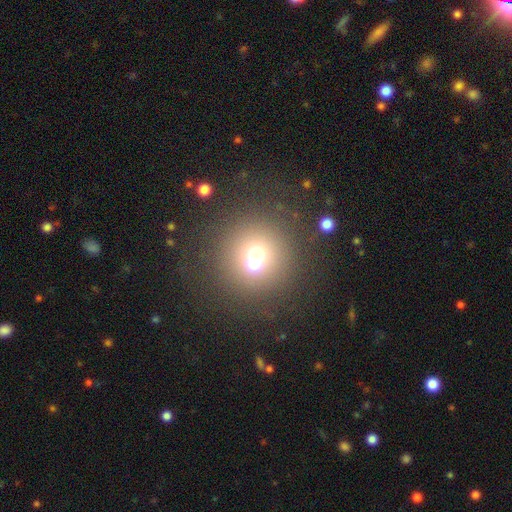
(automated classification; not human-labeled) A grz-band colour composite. It shows a smooth galaxy with no disk features (63%) that is round (94%). Merging: none (55%).